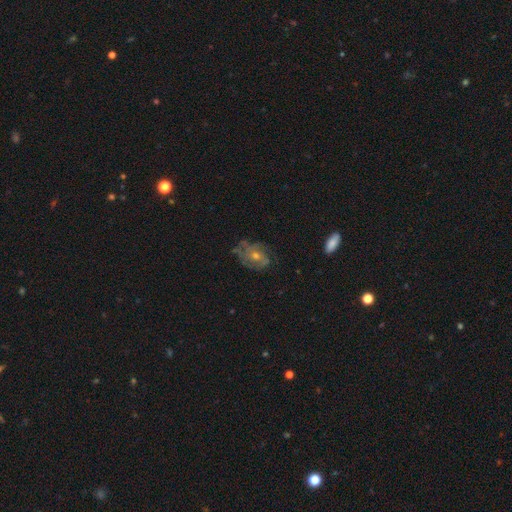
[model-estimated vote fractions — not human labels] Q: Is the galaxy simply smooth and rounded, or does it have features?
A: featured or disk — 66%.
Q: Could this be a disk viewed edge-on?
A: no — 96%.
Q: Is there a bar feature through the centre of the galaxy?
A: no — 77%.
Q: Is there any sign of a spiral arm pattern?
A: yes — 74%.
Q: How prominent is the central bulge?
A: moderate — 50%.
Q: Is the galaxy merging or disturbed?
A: none — 65%.